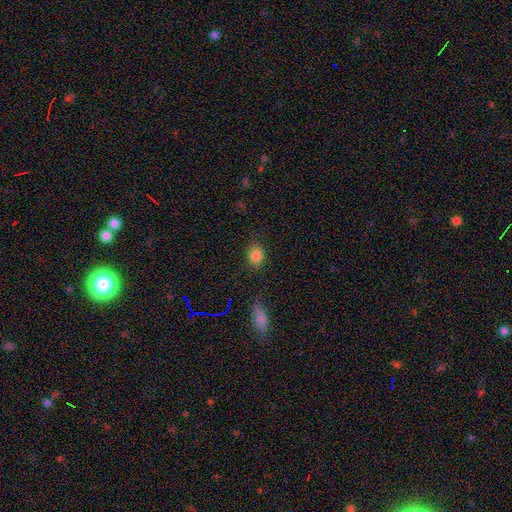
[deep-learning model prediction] A smooth galaxy with no disk features (83%) that is in between round and cigar-shaped (51%). Merging: none (82%).